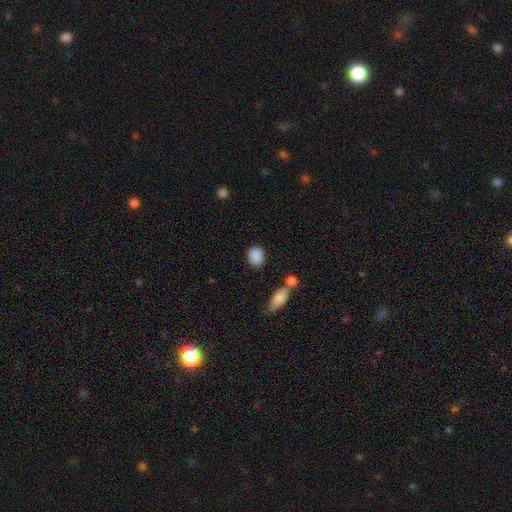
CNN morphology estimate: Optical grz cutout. It shows a smooth galaxy with no disk features (89%) that is round (51%). Merging: none (79%).